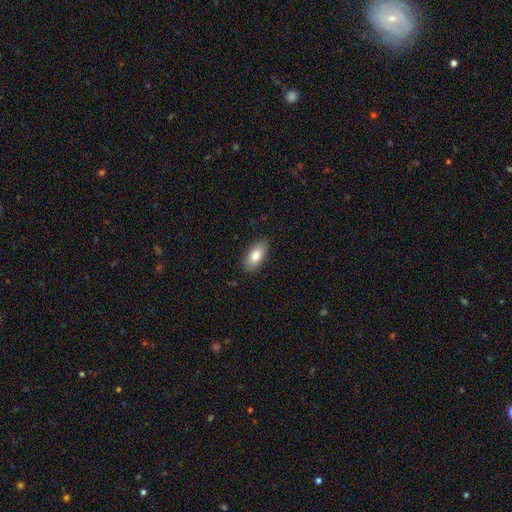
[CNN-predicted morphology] smooth_or_featured: smooth (p=0.81) [alt: featured or disk p=0.12]
how_rounded: in between (p=0.90) [alt: cigar-shaped p=0.07]
merging: none (p=0.88) [alt: minor disturbance p=0.09]